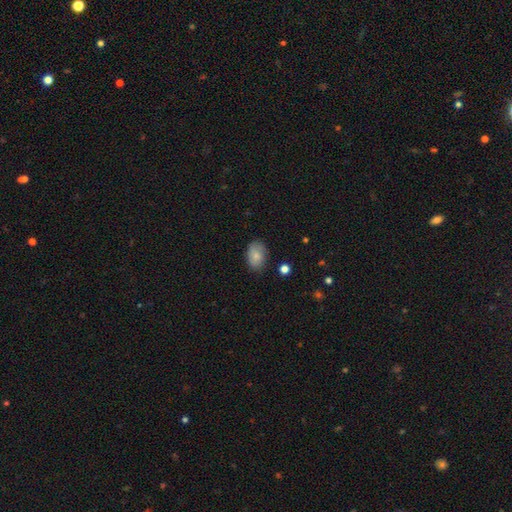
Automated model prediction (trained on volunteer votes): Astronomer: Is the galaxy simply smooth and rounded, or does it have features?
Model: smooth — 82%.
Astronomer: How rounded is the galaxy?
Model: in between — 85%.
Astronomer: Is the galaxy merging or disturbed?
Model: none — 77%.